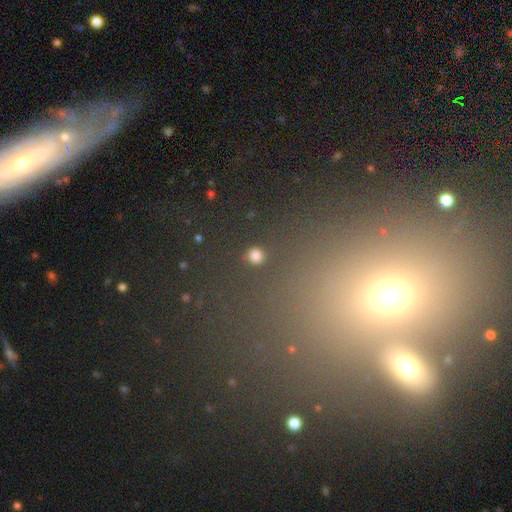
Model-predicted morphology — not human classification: The model was most divided on "smooth or featured": smooth: 81%, star or artifact: 16%, featured or disk: 4%. More confident: how rounded — round (90%); merging — none (89%).